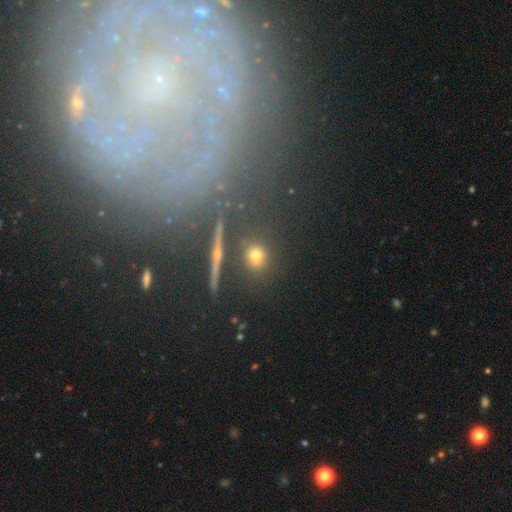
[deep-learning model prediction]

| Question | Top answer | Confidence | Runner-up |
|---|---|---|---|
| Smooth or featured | smooth | 63% | star or artifact (23%) |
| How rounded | round | 83% | in between (13%) |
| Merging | none | 85% | minor disturbance (8%) |